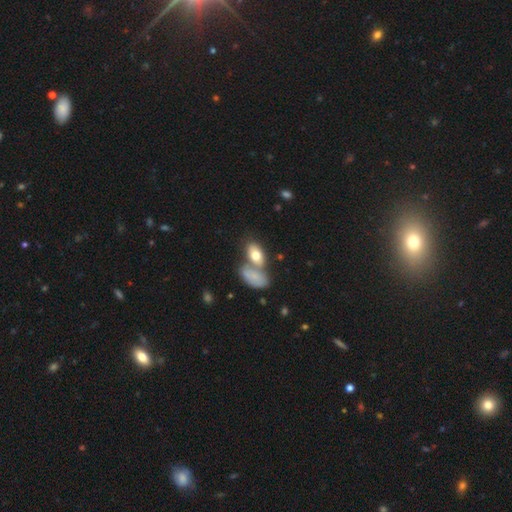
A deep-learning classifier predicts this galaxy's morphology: A smooth galaxy with no disk features (75%) that is in between round and cigar-shaped (91%).

Vote fractions:
- Smooth or featured? smooth: 75% / featured or disk: 18% / star or artifact: 7%
- How rounded? in between: 91% / round: 5% / cigar-shaped: 4%
- Merging? none: 42% / merger: 39% / minor disturbance: 13% / major disturbance: 5%